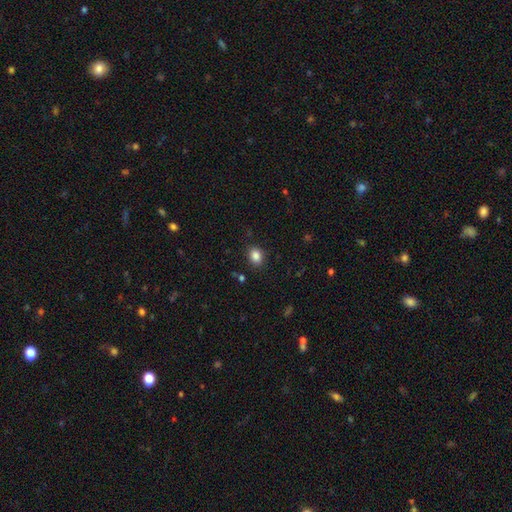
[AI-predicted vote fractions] A smooth galaxy with no disk features (86%) that is in between round and cigar-shaped (62%). Merging: none (87%).